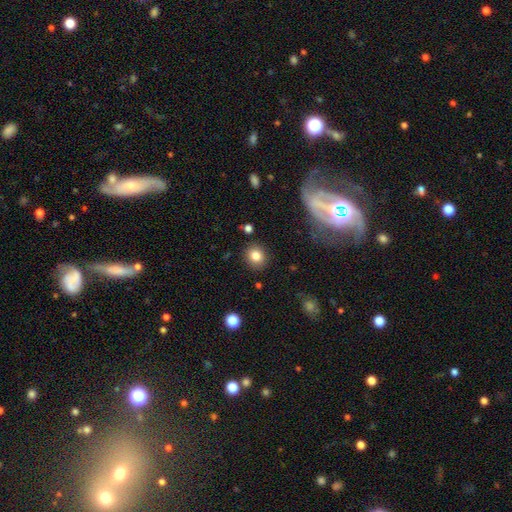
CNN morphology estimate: This appears to be a smooth galaxy with no disk features (82%) that is round (80%). Merging: none (88%).